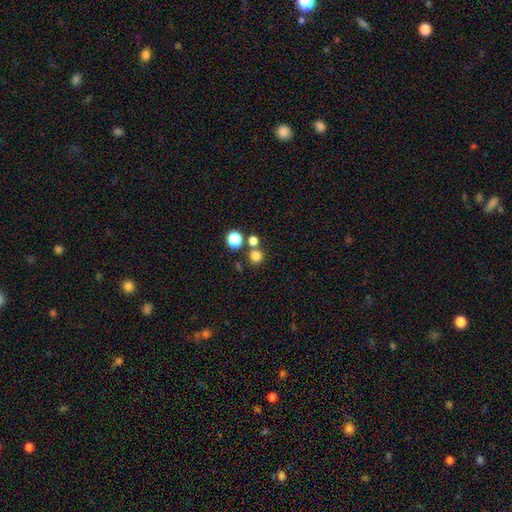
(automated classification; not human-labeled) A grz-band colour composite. It shows a smooth galaxy with no disk features (78%) that is round (91%). Merging: none (69%).